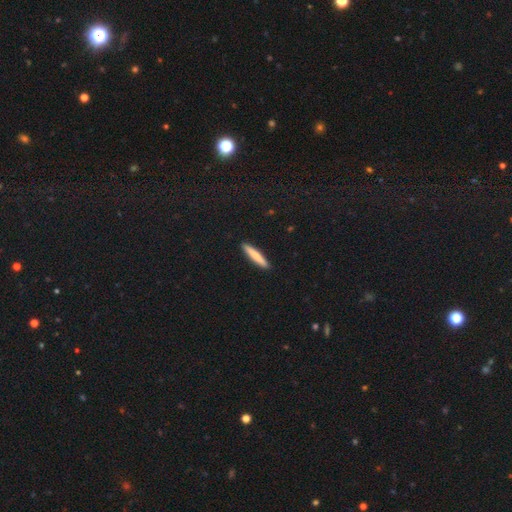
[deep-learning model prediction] The model was most divided on "smooth or featured": smooth: 72%, featured or disk: 23%, star or artifact: 5%. More confident: merging — none (92%); how rounded — cigar-shaped (92%).